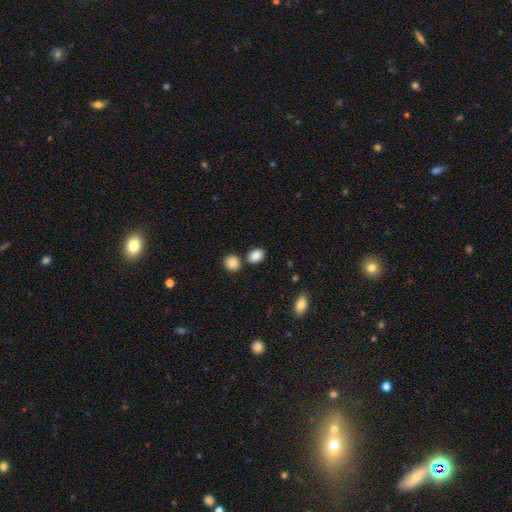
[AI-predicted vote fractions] Q: Smooth or featured?
A: smooth (86%); runner-up: star or artifact (9%)
Q: How rounded?
A: in between (68%); runner-up: round (31%)
Q: Merging?
A: none (71%); runner-up: merger (15%)